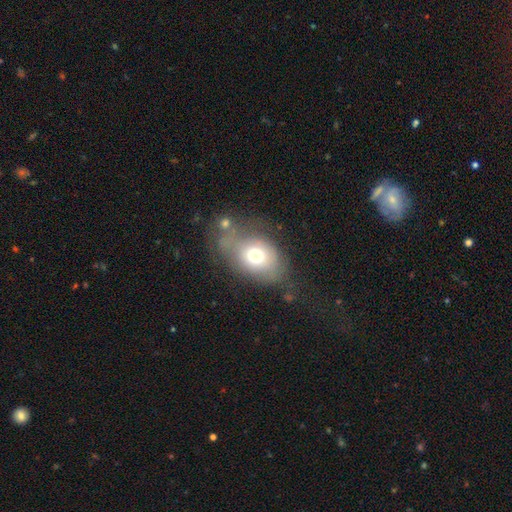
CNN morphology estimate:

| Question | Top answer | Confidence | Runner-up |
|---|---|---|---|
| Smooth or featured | smooth | 67% | featured or disk (22%) |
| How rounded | in between | 68% | round (30%) |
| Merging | none | 42% | minor disturbance (25%) |